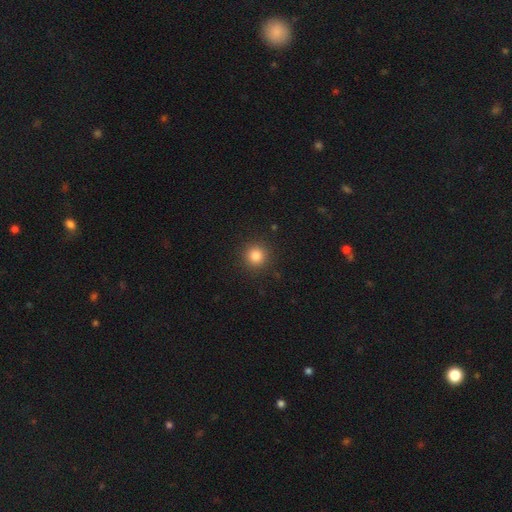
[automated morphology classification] A smooth galaxy with no disk features (84%) that is round (94%). Merging: none (91%).